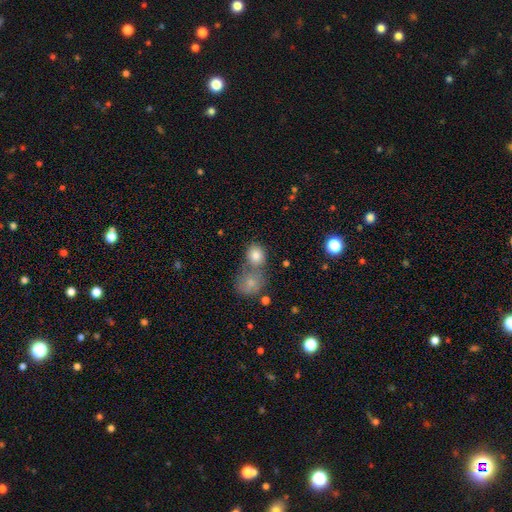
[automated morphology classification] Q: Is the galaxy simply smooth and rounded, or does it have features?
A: smooth — 82%.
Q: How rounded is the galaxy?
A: round — 61%.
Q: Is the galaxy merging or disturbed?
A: none — 45%.